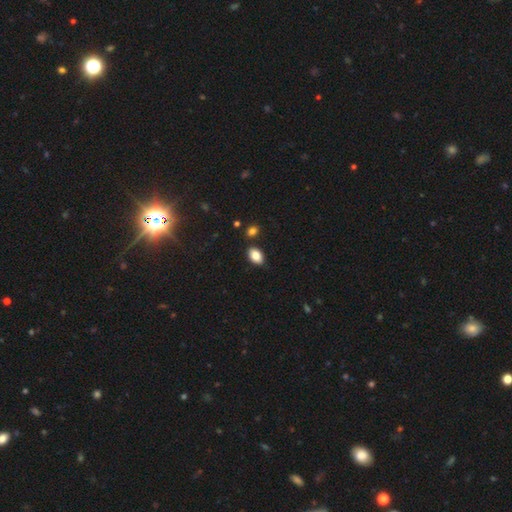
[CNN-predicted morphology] A smooth galaxy with no disk features (84%) that is in between round and cigar-shaped (89%).

Vote fractions:
- Smooth or featured? smooth: 84% / star or artifact: 8% / featured or disk: 8%
- How rounded? in between: 89% / round: 9% / cigar-shaped: 1%
- Merging? none: 82% / minor disturbance: 11% / merger: 4% / major disturbance: 2%